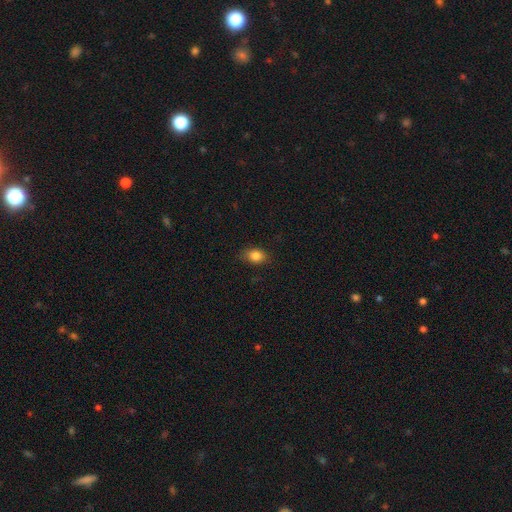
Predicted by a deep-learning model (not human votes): smooth 84%, star or artifact 10%, featured or disk 6%. Down the decision tree: how rounded — in between (71%); merging — none (80%).